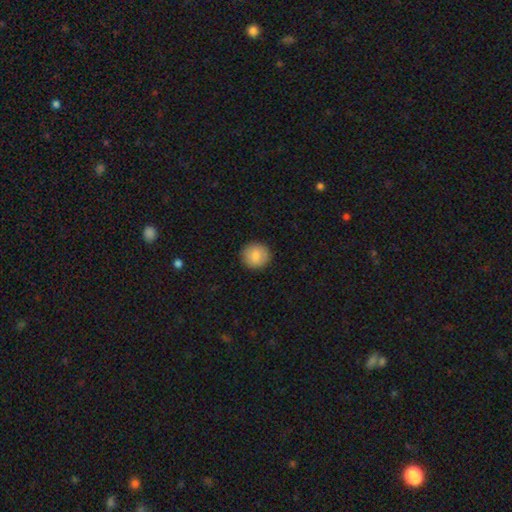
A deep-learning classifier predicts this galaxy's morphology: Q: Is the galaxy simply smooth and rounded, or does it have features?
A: smooth — 84%.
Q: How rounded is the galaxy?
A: round — 91%.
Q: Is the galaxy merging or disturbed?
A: none — 91%.